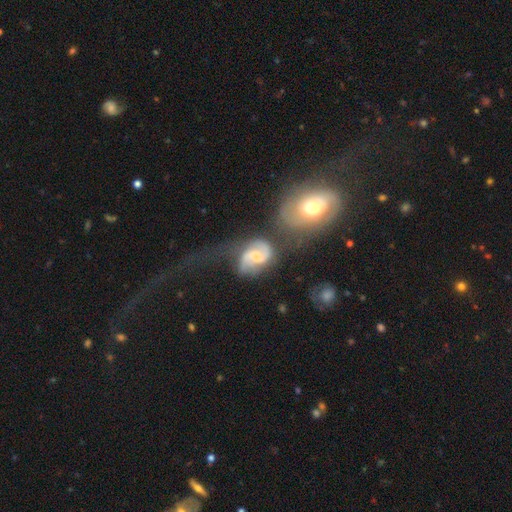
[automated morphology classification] The model was most divided on "spiral winding": medium: 46%, loose: 41%, tight: 14%. Remaining: edge-on disk — no (98%); spiral arms — yes (94%); spiral arm count — 2 (90%); smooth or featured — featured or disk (80%); bulge size — small (50%); bar — weak (49%); merging — none (38%).